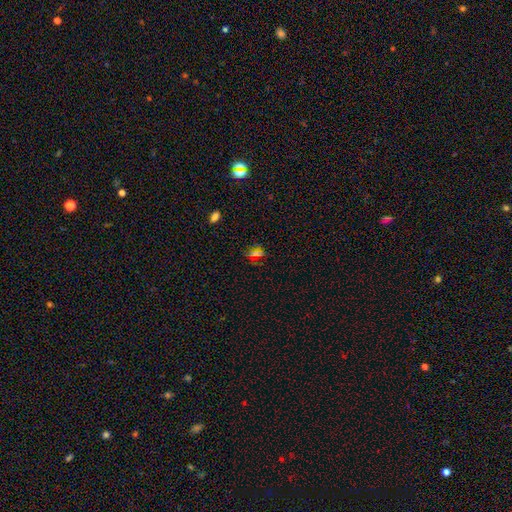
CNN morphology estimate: Smooth or featured?
  - star or artifact: 47% *
  - smooth: 36%
  - featured or disk: 17%